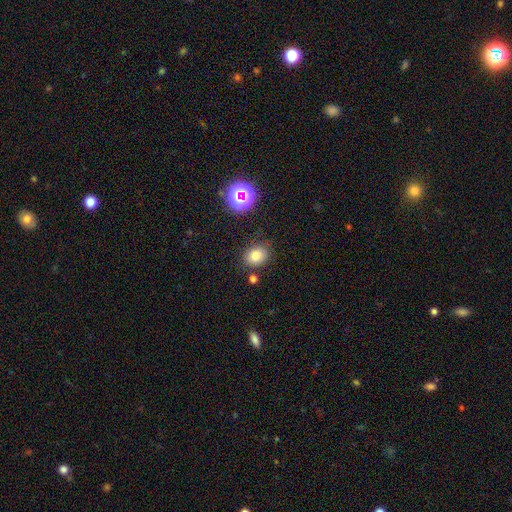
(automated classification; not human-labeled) Morphology: type=smooth (76%); roundness=round (51%); merging=none (80%).